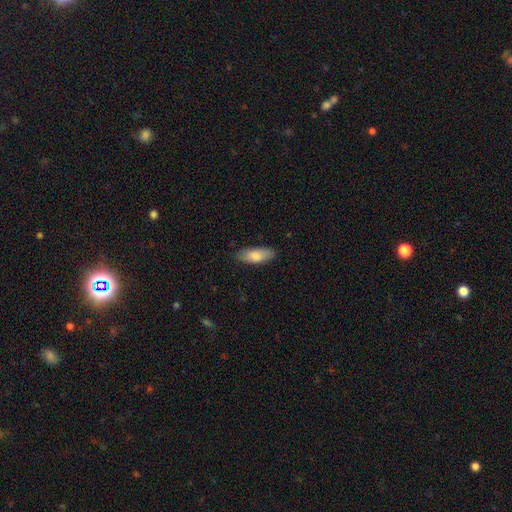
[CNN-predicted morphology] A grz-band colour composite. It shows a smooth galaxy with no disk features (81%) that is in between round and cigar-shaped (80%). Merging: none (84%).